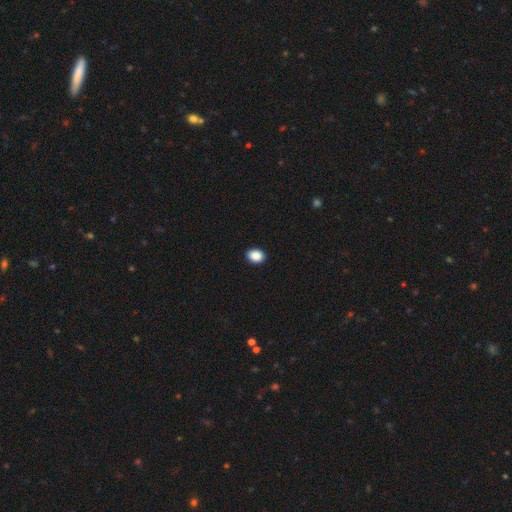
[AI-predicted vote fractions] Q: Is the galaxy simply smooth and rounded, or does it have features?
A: smooth — 89%.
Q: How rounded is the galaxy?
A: in between — 60%.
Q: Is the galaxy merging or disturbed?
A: none — 92%.